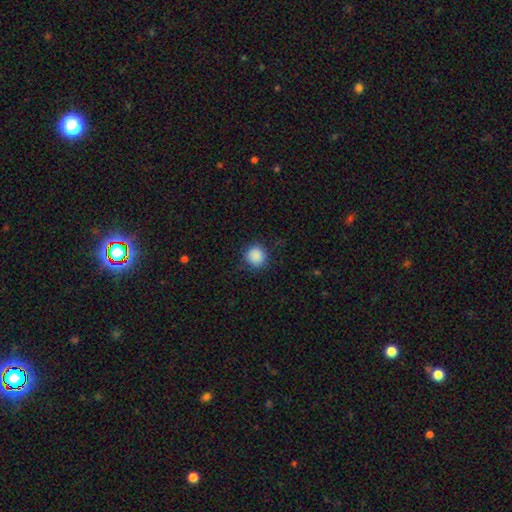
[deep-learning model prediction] Smooth or featured?
  - smooth: 88% *
  - star or artifact: 9%
  - featured or disk: 3%
How rounded?
  - round: 92% *
  - in between: 7%
  - cigar-shaped: 1%
Merging?
  - none: 87% *
  - minor disturbance: 9%
  - major disturbance: 3%
  - merger: 1%